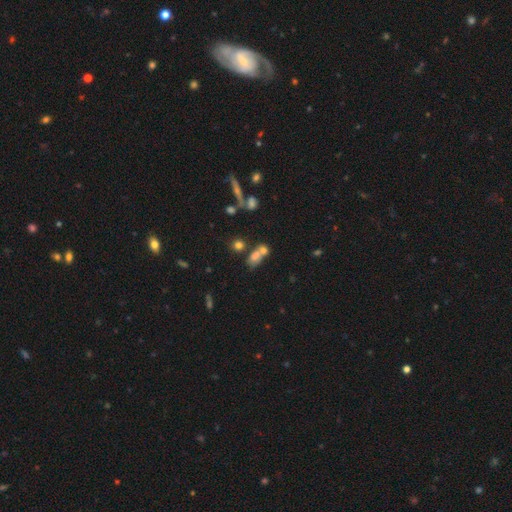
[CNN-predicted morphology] This is likely a smooth galaxy (67%). How rounded: likely in between (65%). Merging: possibly merger (52%).